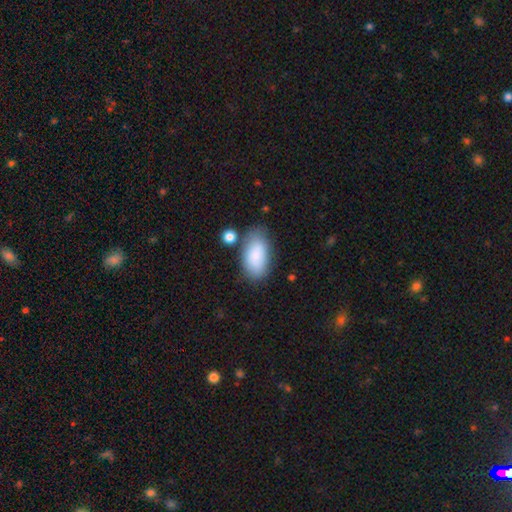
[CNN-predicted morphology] Smooth or featured? Predicted: smooth (p=0.85). How rounded? Predicted: in between (p=0.93). Merging? Predicted: none (p=0.69).